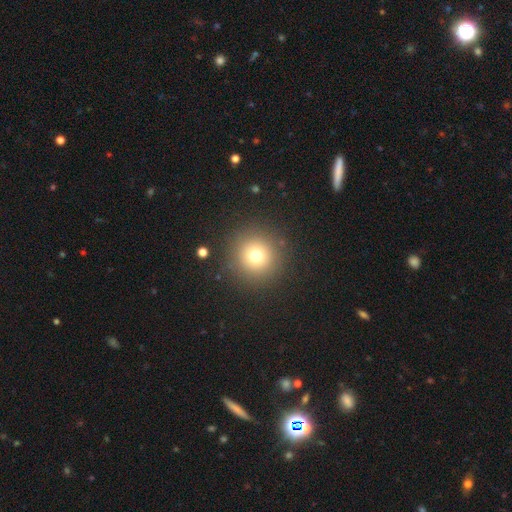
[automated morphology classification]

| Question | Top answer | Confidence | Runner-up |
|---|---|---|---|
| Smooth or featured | smooth | 74% | star or artifact (16%) |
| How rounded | round | 96% | in between (3%) |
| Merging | none | 89% | minor disturbance (6%) |